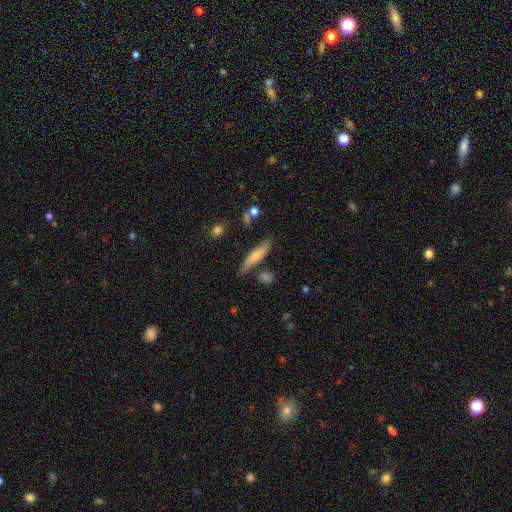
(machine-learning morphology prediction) smooth_or_featured: smooth (p=0.70) [alt: featured or disk p=0.24]
how_rounded: cigar-shaped (p=0.74) [alt: in between p=0.23]
merging: none (p=0.72) [alt: minor disturbance p=0.17]